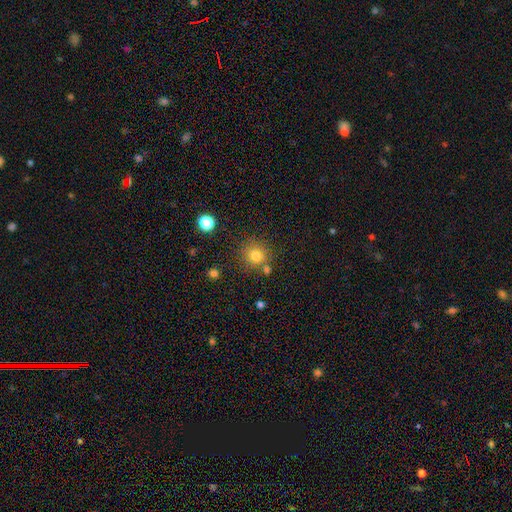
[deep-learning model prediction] Smooth or featured? Predicted: smooth (p=0.80). How rounded? Predicted: round (p=0.91). Merging? Predicted: none (p=0.75).